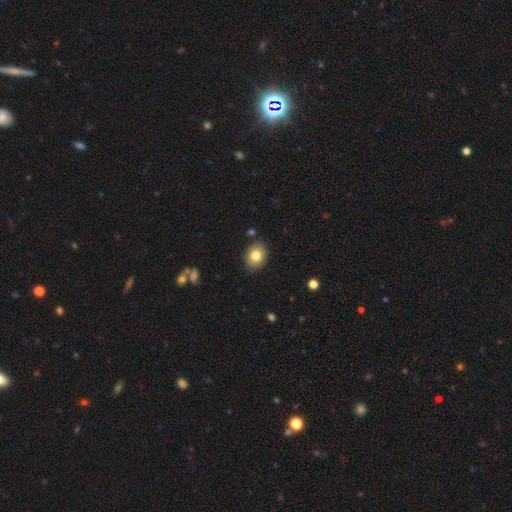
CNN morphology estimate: Smooth or featured?
  - smooth: 81% *
  - featured or disk: 10%
  - star or artifact: 9%
How rounded?
  - in between: 61% *
  - round: 38%
  - cigar-shaped: 1%
Merging?
  - none: 86% *
  - minor disturbance: 9%
  - major disturbance: 2%
  - merger: 2%